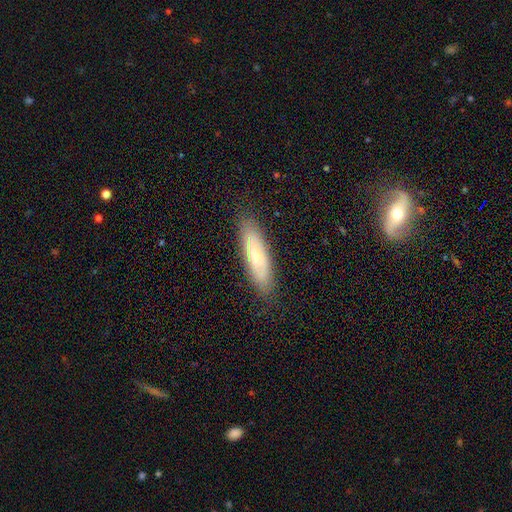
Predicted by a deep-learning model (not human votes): The model was most divided on "smooth or featured": smooth: 59%, featured or disk: 34%, star or artifact: 8%. More confident: merging — none (85%); how rounded — cigar-shaped (63%).